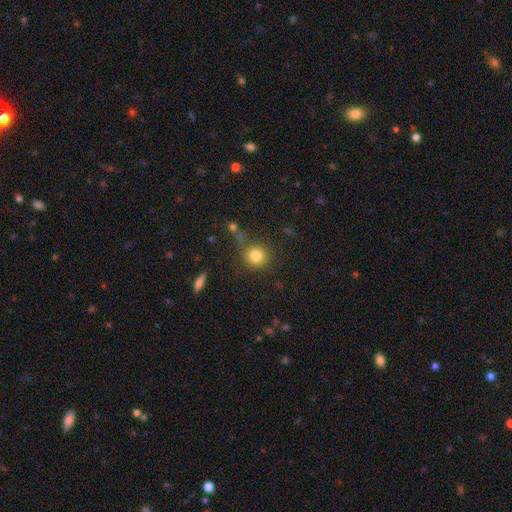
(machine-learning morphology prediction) Smooth or featured? Predicted: smooth (p=0.81). How rounded? Predicted: round (p=0.89). Merging? Predicted: none (p=0.71).